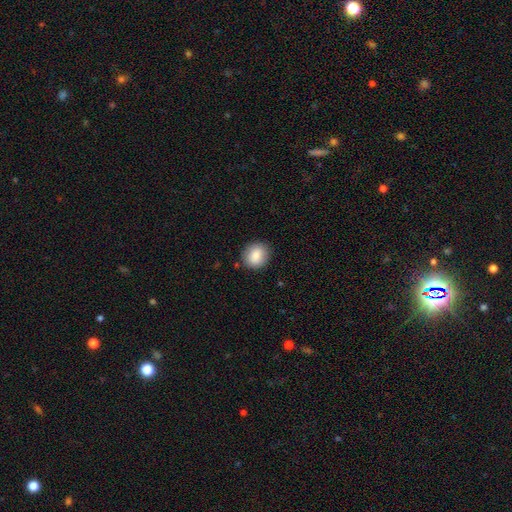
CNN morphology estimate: Smooth or featured: smooth — 86% (star or artifact — 7%)
How rounded: round — 73% (in between — 26%)
Merging: none — 86% (minor disturbance — 10%)